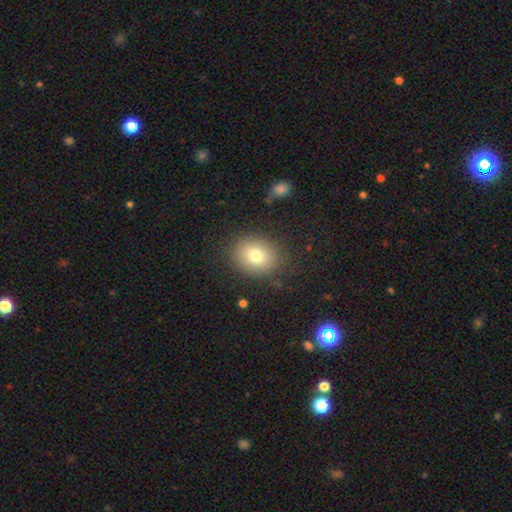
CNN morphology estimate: Overall: smooth (77%). How rounded: round (58%; in between 41%). Merging: none (85%).